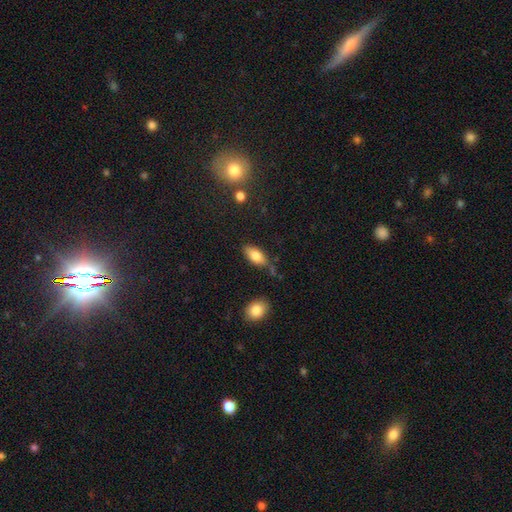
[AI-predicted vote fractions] Smooth or featured? smooth (79%)
How rounded? in between (88%)
Merging? none (70%)